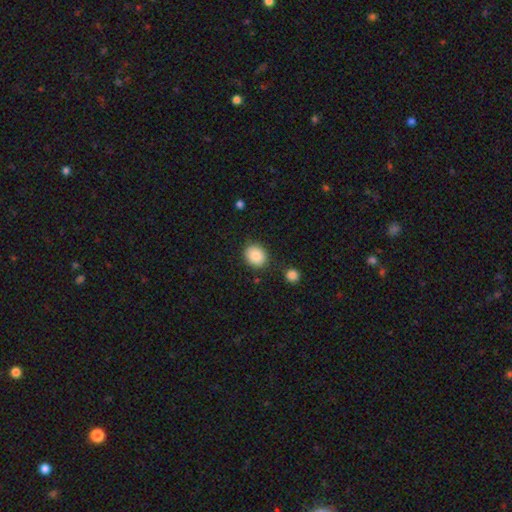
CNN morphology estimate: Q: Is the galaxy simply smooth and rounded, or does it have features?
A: smooth — 87%.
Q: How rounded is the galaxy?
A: round — 59%.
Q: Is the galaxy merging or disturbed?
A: none — 83%.